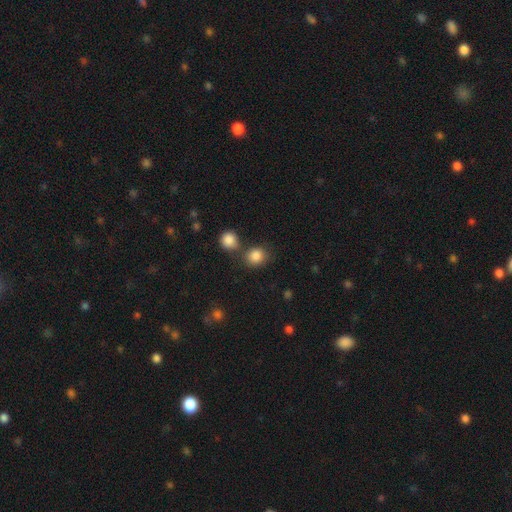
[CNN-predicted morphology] A smooth galaxy with no disk features (85%) that is round (78%). Merging: none (64%).